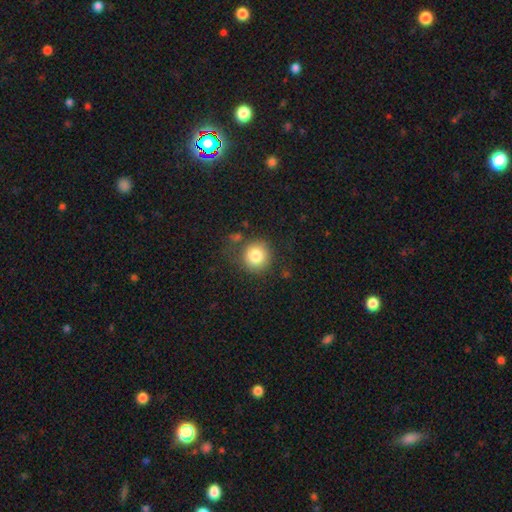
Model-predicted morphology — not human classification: The model was most divided on "merging": none: 77%, minor disturbance: 13%, major disturbance: 5%, merger: 4%. More confident: how rounded — round (91%); smooth or featured — smooth (82%).